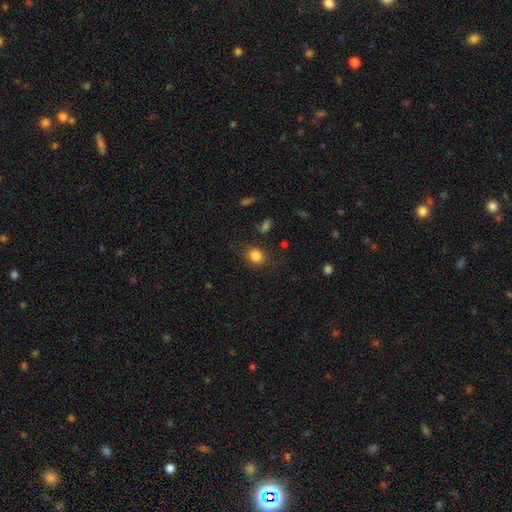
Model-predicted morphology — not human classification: smooth 84%, star or artifact 11%, featured or disk 5%. Down the decision tree: how rounded — round (67%); merging — none (82%).